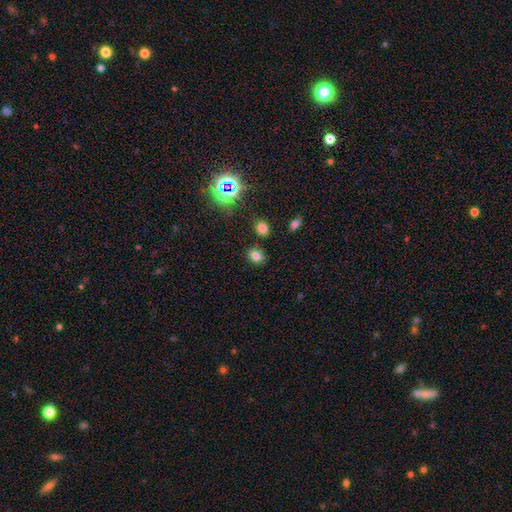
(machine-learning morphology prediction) This appears to be a smooth galaxy with no disk features (73%) that is in between round and cigar-shaped (53%). Merging: none (81%).